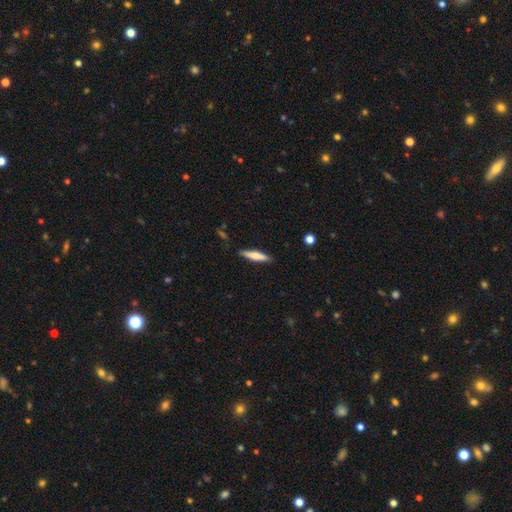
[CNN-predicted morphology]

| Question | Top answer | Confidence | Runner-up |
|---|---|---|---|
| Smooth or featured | smooth | 68% | featured or disk (27%) |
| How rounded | cigar-shaped | 85% | in between (13%) |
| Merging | none | 87% | minor disturbance (10%) |